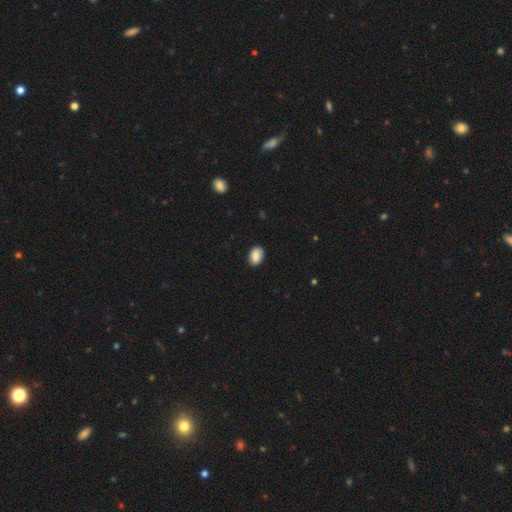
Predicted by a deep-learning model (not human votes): smooth 85%, featured or disk 8%, star or artifact 7%. Down the decision tree: how rounded — in between (84%); merging — none (88%).